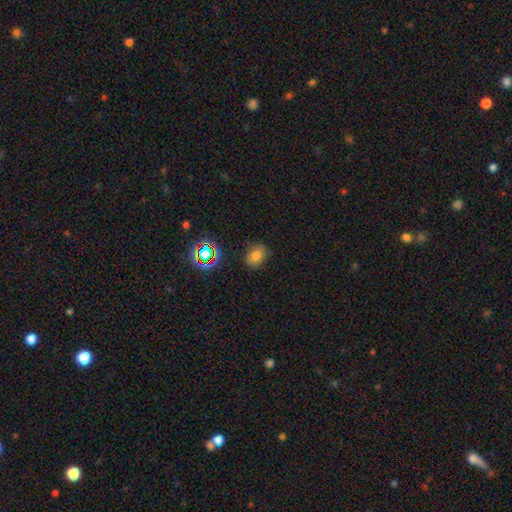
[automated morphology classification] Smooth or featured? smooth (72%)
How rounded? in between (63%)
Merging? none (78%)